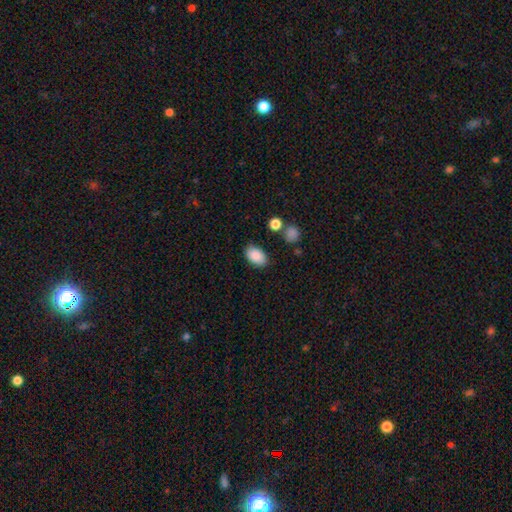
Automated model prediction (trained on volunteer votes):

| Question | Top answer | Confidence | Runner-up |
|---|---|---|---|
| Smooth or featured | smooth | 89% | star or artifact (7%) |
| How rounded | in between | 90% | round (8%) |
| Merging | none | 83% | minor disturbance (12%) |